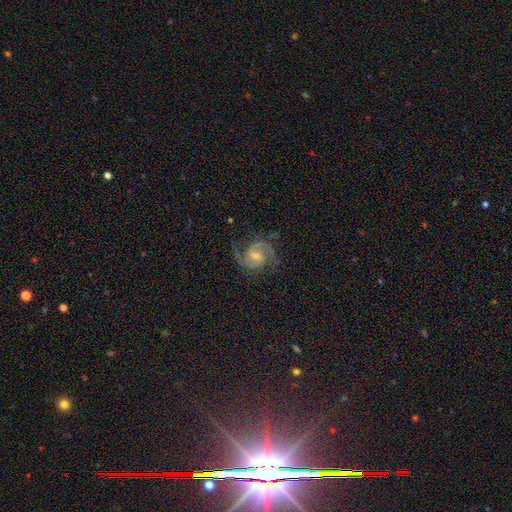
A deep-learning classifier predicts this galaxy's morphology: The model was most divided on "bulge size": moderate: 48%, small: 47%, none: 3%, large: 2%, dominant: 1%. More confident: spiral arms — yes (99%); edge-on disk — no (98%); smooth or featured — featured or disk (92%); spiral arm count — 2 (86%); merging — none (78%); spiral winding — medium (62%); bar — weak (51%).